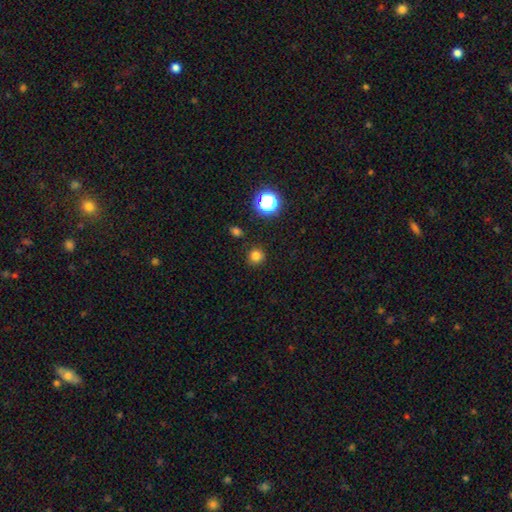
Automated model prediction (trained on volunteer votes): Smooth or featured? Predicted: smooth (p=0.80). How rounded? Predicted: round (p=0.93). Merging? Predicted: none (p=0.89).